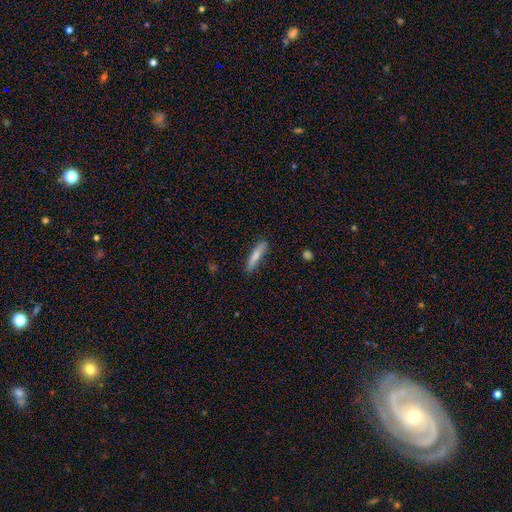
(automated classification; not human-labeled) Overall: smooth (76%). How rounded: cigar-shaped (87%). Merging: none (84%).